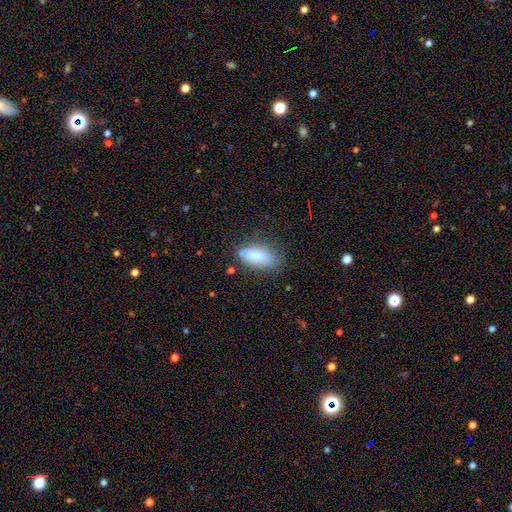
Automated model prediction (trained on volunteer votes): Overall: smooth (82%). How rounded: in between (87%). Merging: none (67%).